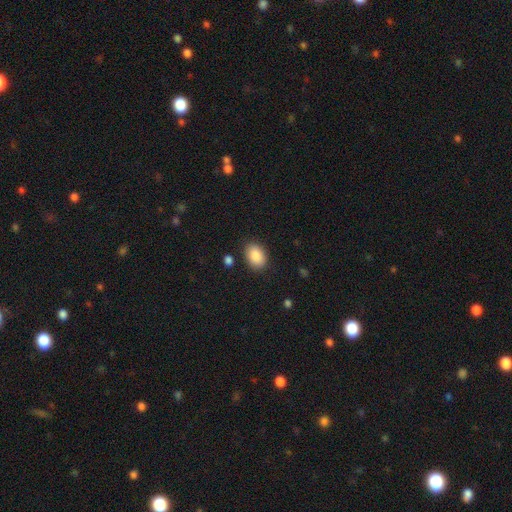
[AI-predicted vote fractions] This is clearly a smooth galaxy (89%). How rounded: clearly in between (82%). Merging: clearly none (85%).